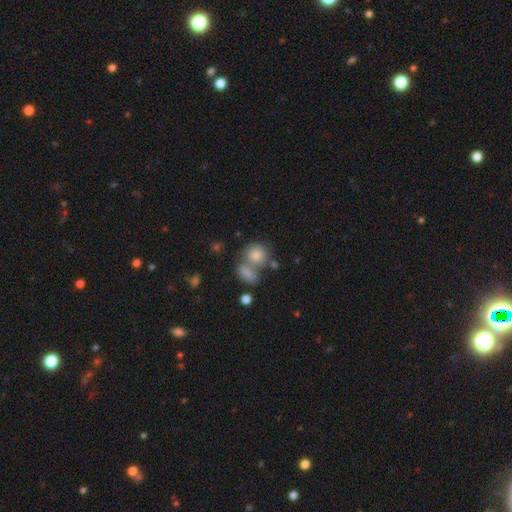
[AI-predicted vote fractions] A smooth galaxy with no disk features (78%) that is round (73%).

Vote fractions:
- Smooth or featured? smooth: 78% / star or artifact: 12% / featured or disk: 10%
- How rounded? round: 73% / in between: 25% / cigar-shaped: 2%
- Merging? none: 45% / merger: 38% / minor disturbance: 11% / major disturbance: 6%